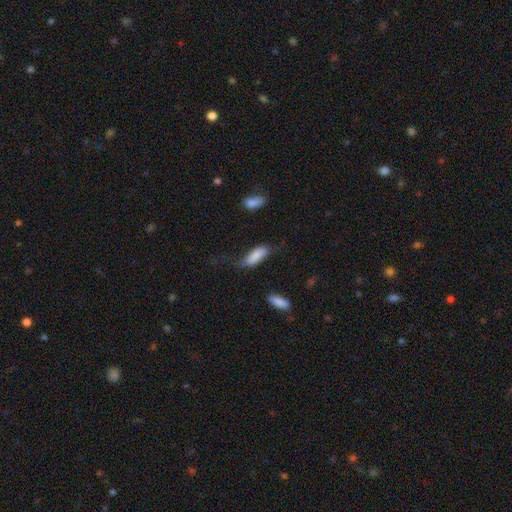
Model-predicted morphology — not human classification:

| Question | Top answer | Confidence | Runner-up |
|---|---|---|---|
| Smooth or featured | smooth | 83% | featured or disk (11%) |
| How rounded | in between | 67% | cigar-shaped (31%) |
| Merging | none | 51% | minor disturbance (29%) |